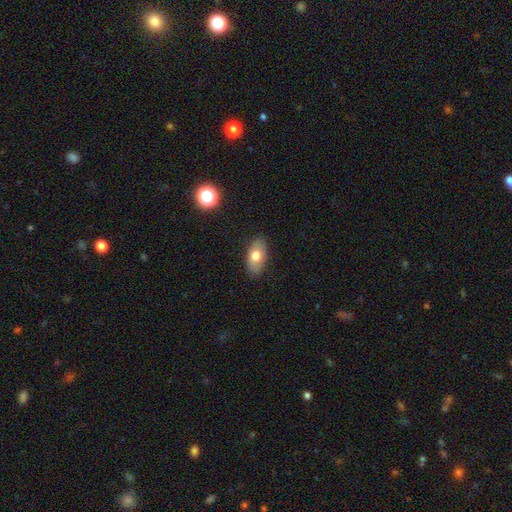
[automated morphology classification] Smooth or featured?
  - smooth: 71% *
  - featured or disk: 21%
  - star or artifact: 8%
How rounded?
  - in between: 91% *
  - round: 5%
  - cigar-shaped: 3%
Merging?
  - none: 84% *
  - minor disturbance: 12%
  - major disturbance: 3%
  - merger: 1%